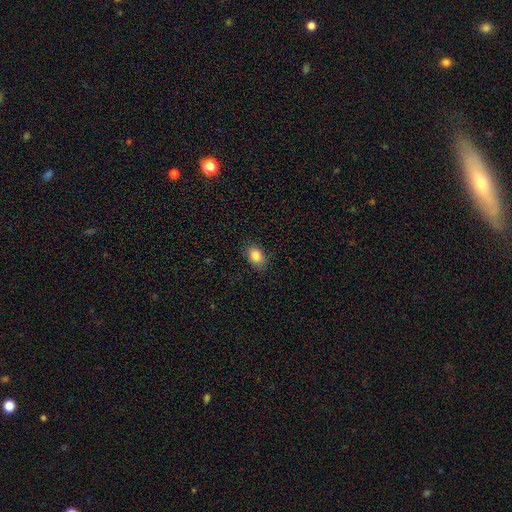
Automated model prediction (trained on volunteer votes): Morphology: type=smooth (85%); roundness=in between (78%); merging=none (85%).